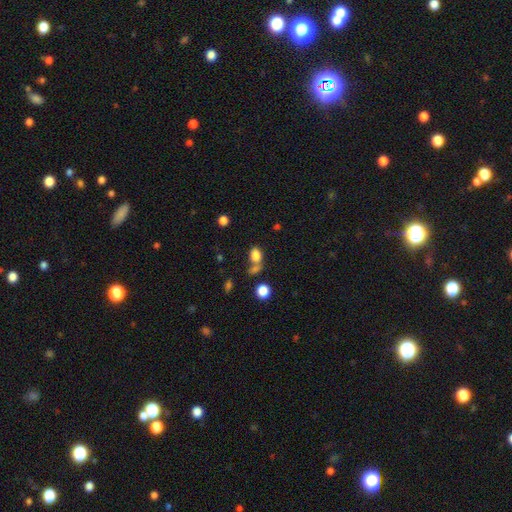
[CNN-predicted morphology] smooth-or-featured: smooth: 82% | star or artifact: 11% | featured or disk: 7%
  how-rounded: in between: 76% | round: 22% | cigar-shaped: 2%
  merging: none: 45% | merger: 35% | minor disturbance: 13% | major disturbance: 7%